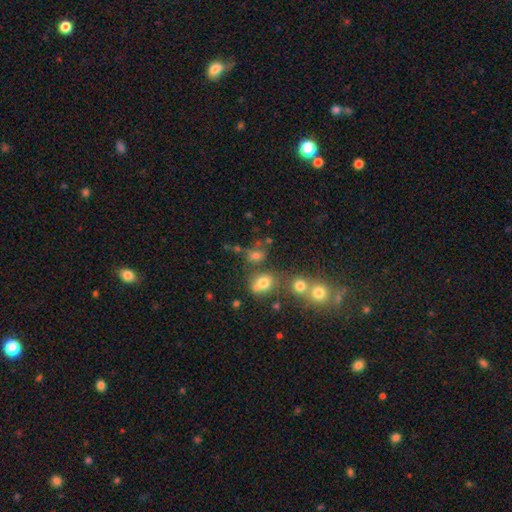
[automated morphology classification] smooth_or_featured: smooth (p=0.68) [alt: star or artifact p=0.21]
how_rounded: round (p=0.51) [alt: in between p=0.47]
merging: none (p=0.54) [alt: merger p=0.26]